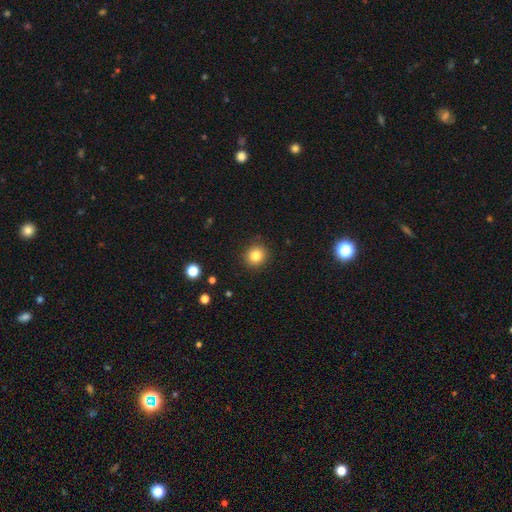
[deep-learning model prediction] Smooth or featured? Predicted: smooth (p=0.83). How rounded? Predicted: round (p=0.88). Merging? Predicted: none (p=0.91).